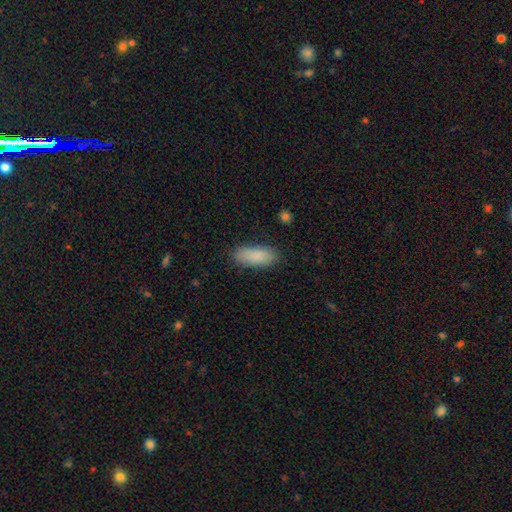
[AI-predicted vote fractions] Smooth or featured?
  - smooth: 88% *
  - star or artifact: 7%
  - featured or disk: 5%
How rounded?
  - in between: 76% *
  - cigar-shaped: 22%
  - round: 2%
Merging?
  - none: 84% *
  - minor disturbance: 12%
  - major disturbance: 3%
  - merger: 1%